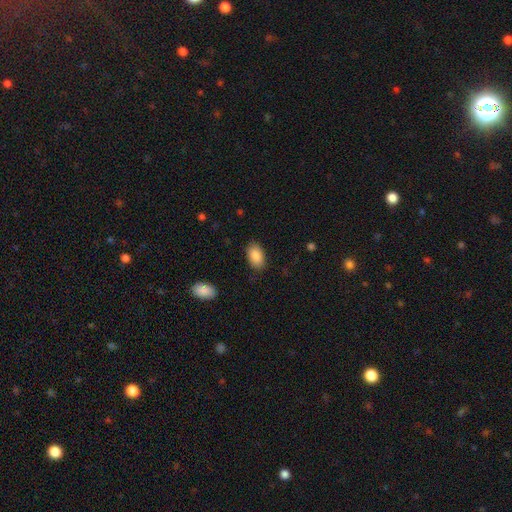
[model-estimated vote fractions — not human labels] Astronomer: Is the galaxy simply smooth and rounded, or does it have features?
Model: smooth — 89%.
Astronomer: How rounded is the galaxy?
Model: in between — 93%.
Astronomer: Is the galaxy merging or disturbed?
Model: none — 82%.